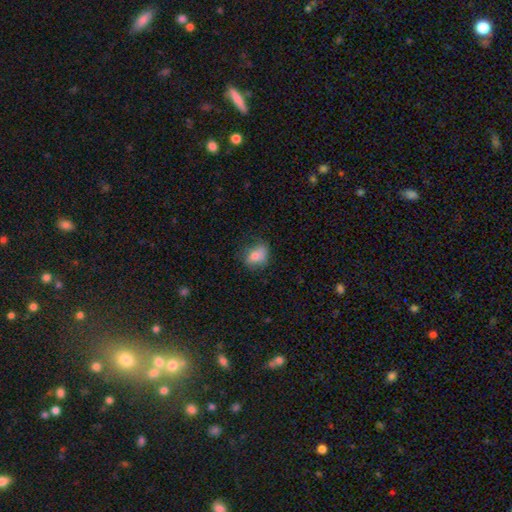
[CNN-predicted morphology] The model was most divided on "how rounded": in between: 65%, round: 34%, cigar-shaped: 2%. More confident: smooth or featured — smooth (76%); merging — none (60%).